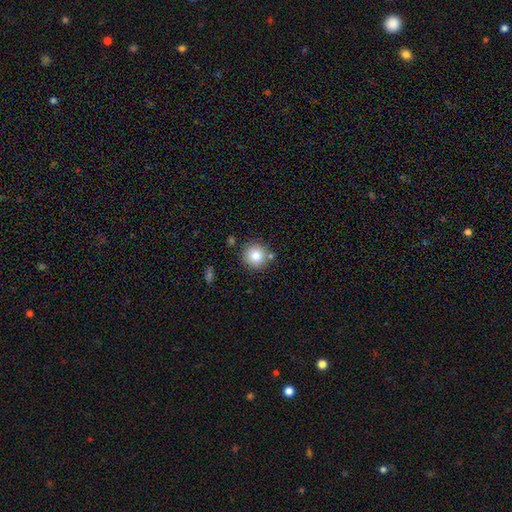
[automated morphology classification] Smooth or featured?
  - smooth: 82% *
  - star or artifact: 10%
  - featured or disk: 8%
How rounded?
  - round: 93% *
  - in between: 6%
  - cigar-shaped: 1%
Merging?
  - none: 80% *
  - minor disturbance: 9%
  - merger: 9%
  - major disturbance: 3%